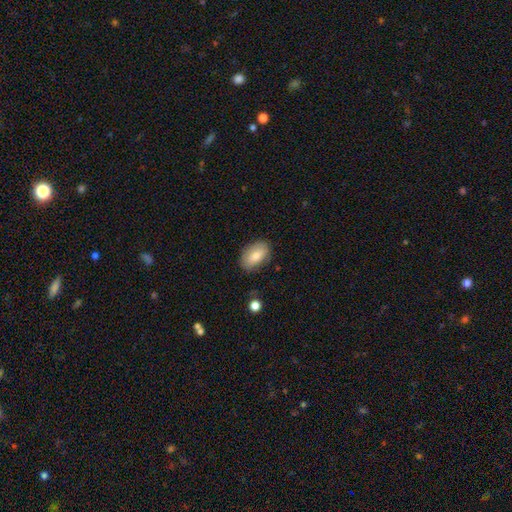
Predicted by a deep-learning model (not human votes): A smooth galaxy with no disk features (78%) that is in between round and cigar-shaped (91%). Merging: none (81%).